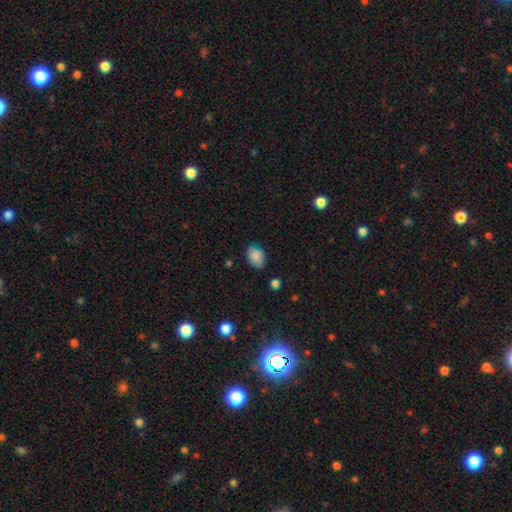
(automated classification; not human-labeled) A smooth galaxy with no disk features (84%) that is in between round and cigar-shaped (82%).

Vote fractions:
- Smooth or featured? smooth: 84% / star or artifact: 8% / featured or disk: 7%
- How rounded? in between: 82% / round: 17% / cigar-shaped: 1%
- Merging? none: 75% / minor disturbance: 20% / major disturbance: 4% / merger: 2%